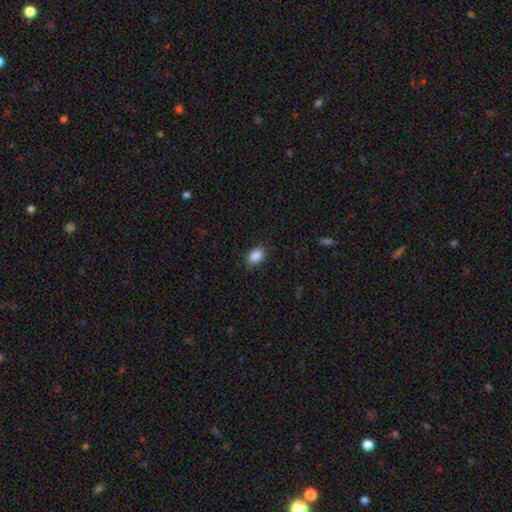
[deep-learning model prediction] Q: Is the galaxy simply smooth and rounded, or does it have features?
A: smooth — 88%.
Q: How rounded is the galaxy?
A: in between — 87%.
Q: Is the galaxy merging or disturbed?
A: none — 84%.